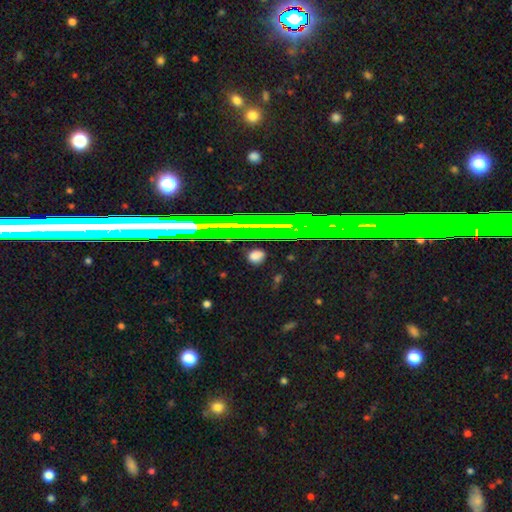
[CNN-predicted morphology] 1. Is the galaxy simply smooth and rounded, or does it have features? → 52% smooth, 38% star or artifact, 10% featured or disk.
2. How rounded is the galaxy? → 78% round, 18% in between, 3% cigar-shaped.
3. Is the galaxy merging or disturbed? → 84% none, 10% minor disturbance, 3% major disturbance, 3% merger.